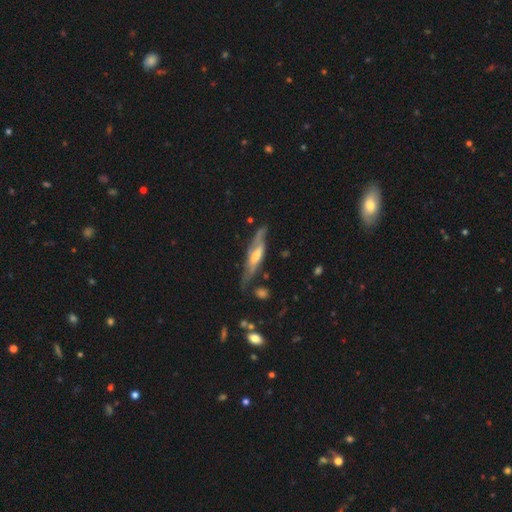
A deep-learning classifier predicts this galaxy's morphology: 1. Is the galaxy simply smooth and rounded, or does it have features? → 69% featured or disk, 25% smooth, 6% star or artifact.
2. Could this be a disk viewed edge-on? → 65% yes, 35% no.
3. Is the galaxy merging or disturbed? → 62% none, 24% minor disturbance, 10% major disturbance, 4% merger.